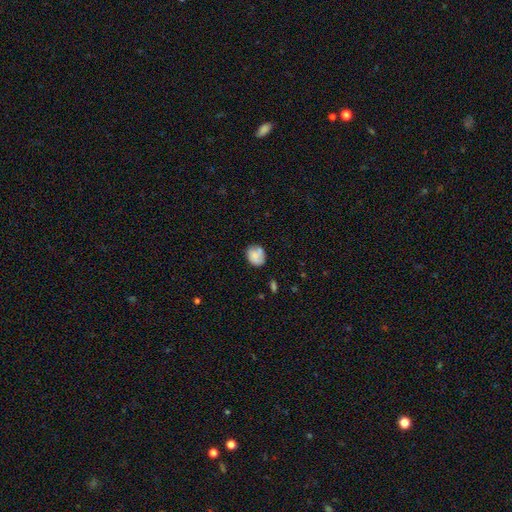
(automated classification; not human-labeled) Q: Smooth or featured?
A: smooth (75%); runner-up: featured or disk (17%)
Q: How rounded?
A: round (54%); runner-up: in between (45%)
Q: Merging?
A: none (61%); runner-up: minor disturbance (24%)